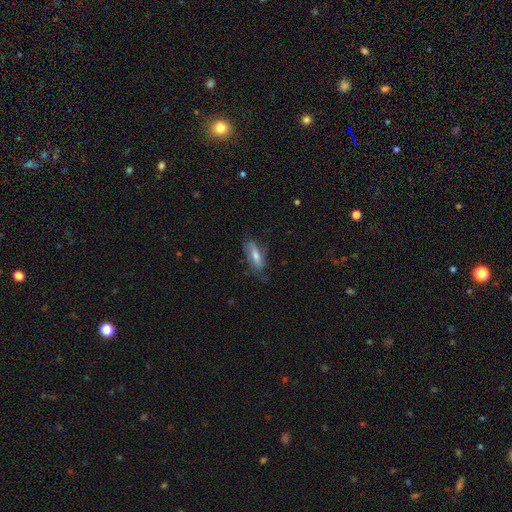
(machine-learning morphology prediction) This appears to be a smooth galaxy with no disk features (51%) that is in between round and cigar-shaped (57%). Merging: none (67%).